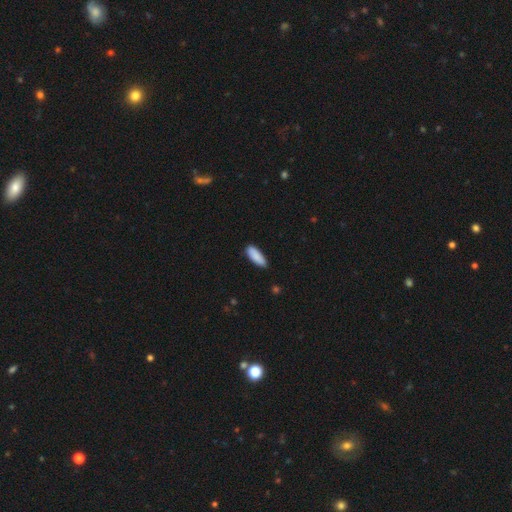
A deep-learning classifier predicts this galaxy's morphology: Q: Smooth or featured?
A: smooth (90%); runner-up: star or artifact (6%)
Q: How rounded?
A: in between (66%); runner-up: cigar-shaped (32%)
Q: Merging?
A: none (85%); runner-up: minor disturbance (12%)